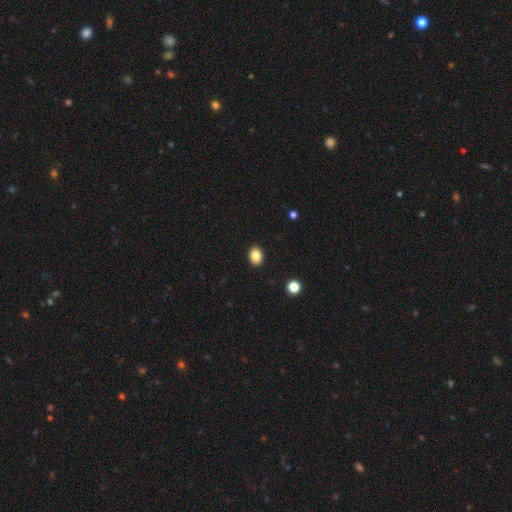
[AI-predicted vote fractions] A smooth galaxy with no disk features (86%) that is in between round and cigar-shaped (72%). Merging: none (91%).